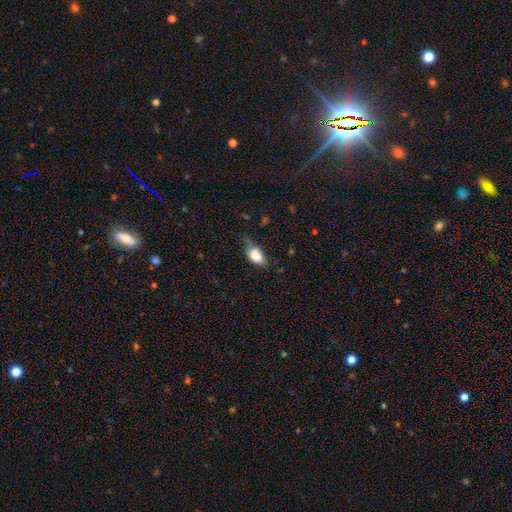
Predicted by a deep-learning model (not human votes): Overall: smooth (81%). How rounded: in between (89%). Merging: none (47%; minor disturbance 39%).